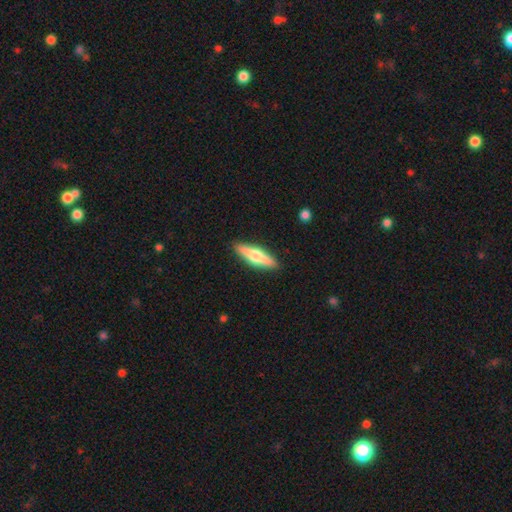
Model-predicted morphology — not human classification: Smooth or featured?
  - featured or disk: 53% *
  - smooth: 42%
  - star or artifact: 5%
Edge-on disk?
  - yes: 95% *
  - no: 5%
Edge-on bulge?
  - rounded: 93% *
  - boxy: 5%
  - none: 3%
Merging?
  - none: 90% *
  - minor disturbance: 7%
  - major disturbance: 2%
  - merger: 1%